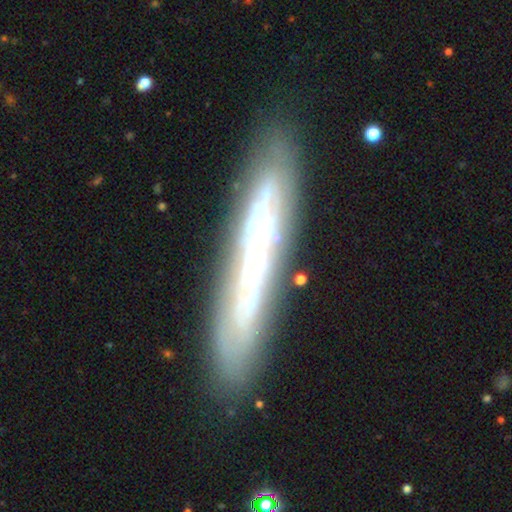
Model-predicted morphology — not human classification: The model was most divided on "edge-on disk": yes: 67%, no: 33%. More confident: merging — none (82%); smooth or featured — featured or disk (62%).